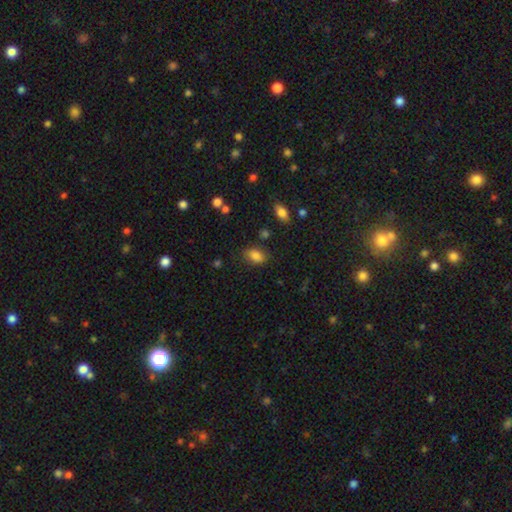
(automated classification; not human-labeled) Overall: smooth (83%). How rounded: in between (83%). Merging: none (75%).